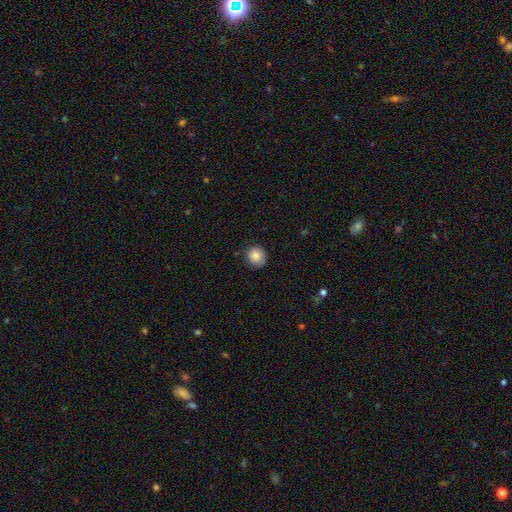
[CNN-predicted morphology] This is clearly a smooth galaxy (84%). How rounded: clearly round (91%). Merging: clearly none (83%).